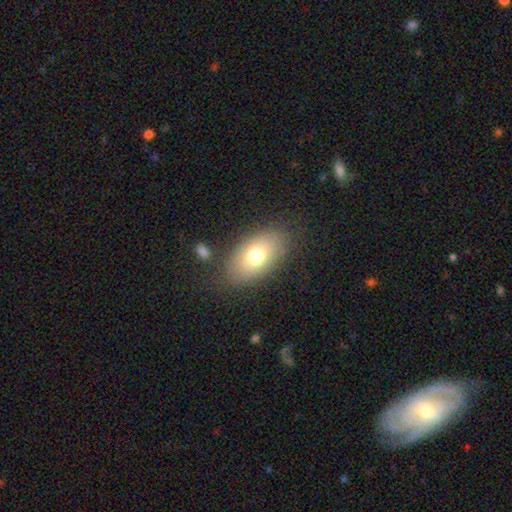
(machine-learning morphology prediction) Smooth or featured?
  - smooth: 72% *
  - featured or disk: 19%
  - star or artifact: 9%
How rounded?
  - in between: 90% *
  - round: 8%
  - cigar-shaped: 2%
Merging?
  - none: 79% *
  - minor disturbance: 13%
  - major disturbance: 5%
  - merger: 3%